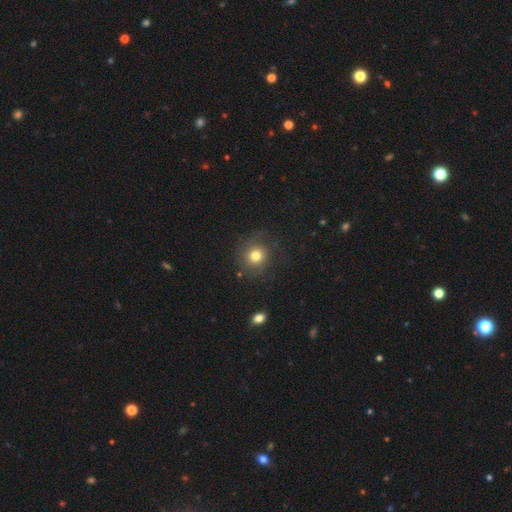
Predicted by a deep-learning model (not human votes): smooth_or_featured: smooth (p=0.76) [alt: star or artifact p=0.13]
how_rounded: round (p=0.88) [alt: in between p=0.11]
merging: none (p=0.76) [alt: minor disturbance p=0.14]